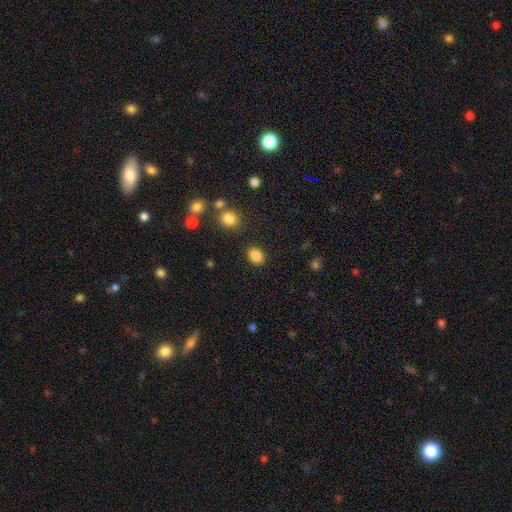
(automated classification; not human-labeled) A smooth galaxy with no disk features (86%) that is in between round and cigar-shaped (67%).

Vote fractions:
- Smooth or featured? smooth: 86% / star or artifact: 10% / featured or disk: 4%
- How rounded? in between: 67% / round: 32% / cigar-shaped: 1%
- Merging? none: 84% / minor disturbance: 9% / major disturbance: 3% / merger: 3%